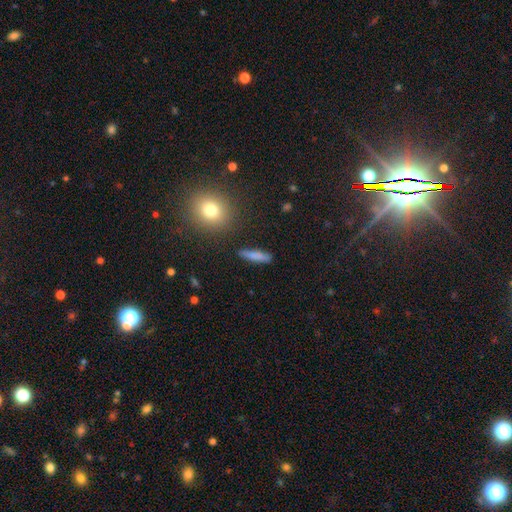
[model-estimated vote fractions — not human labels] A smooth galaxy with no disk features (77%) that is cigar-shaped (80%). Merging: none (86%).